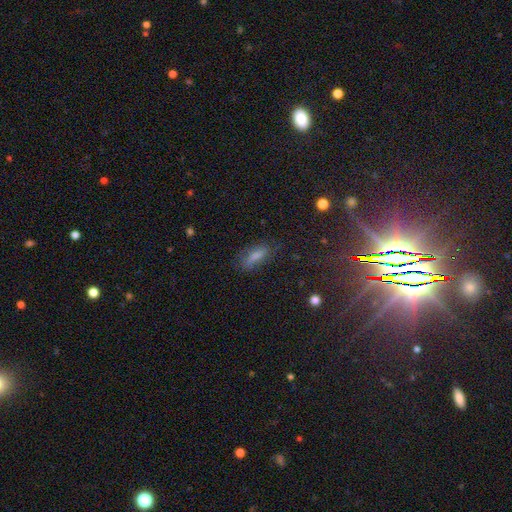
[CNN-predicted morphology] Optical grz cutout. It shows a smooth galaxy with no disk features (59%) that is in between round and cigar-shaped (57%). Merging: none (74%).